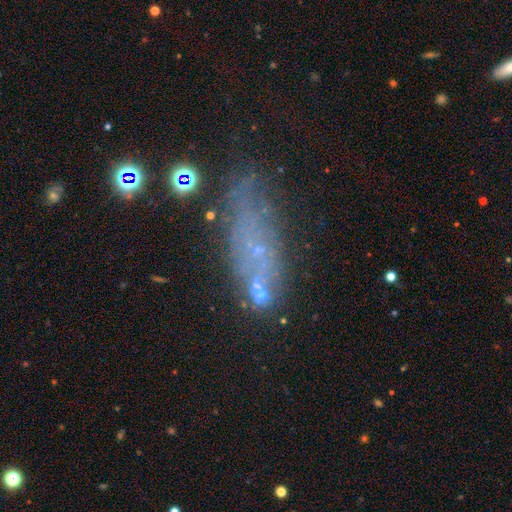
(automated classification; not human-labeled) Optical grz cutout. It shows a featured or disk galaxy (41%). Merging: none (49%).